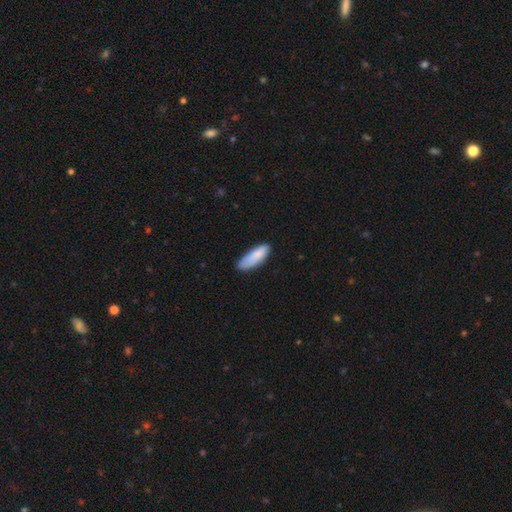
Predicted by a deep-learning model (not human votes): Q: Smooth or featured?
A: smooth (85%); runner-up: featured or disk (9%)
Q: How rounded?
A: in between (59%); runner-up: cigar-shaped (39%)
Q: Merging?
A: none (73%); runner-up: minor disturbance (22%)